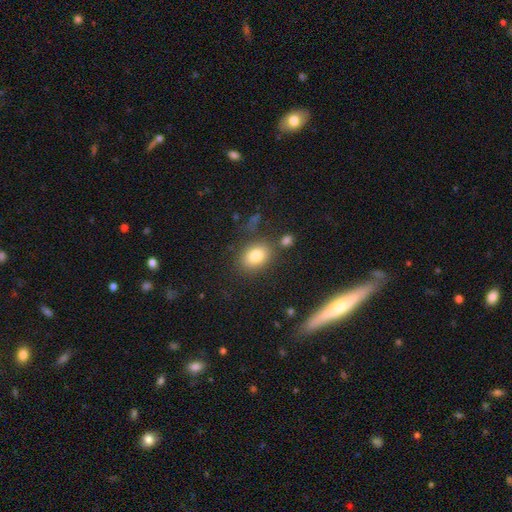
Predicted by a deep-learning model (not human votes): smooth-or-featured: smooth: 81% | star or artifact: 10% | featured or disk: 9%
  how-rounded: in between: 66% | round: 33% | cigar-shaped: 1%
  merging: none: 76% | minor disturbance: 13% | merger: 6% | major disturbance: 5%